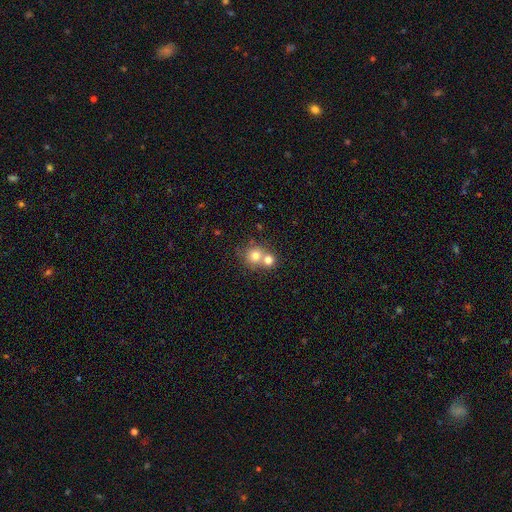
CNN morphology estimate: A smooth galaxy with no disk features (74%) that is round (84%). Merging: merger (57%).